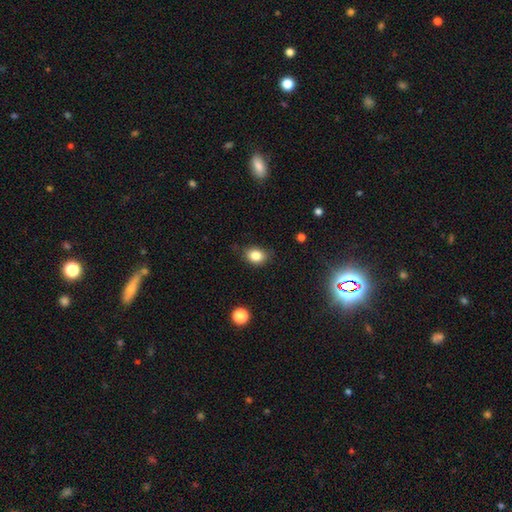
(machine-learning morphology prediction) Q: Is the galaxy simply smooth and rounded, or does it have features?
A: smooth — 83%.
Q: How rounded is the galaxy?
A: in between — 57%.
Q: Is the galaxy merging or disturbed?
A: none — 76%.